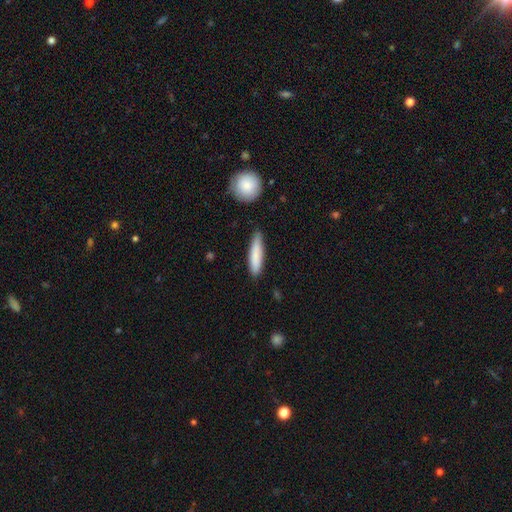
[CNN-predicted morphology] Smooth or featured: smooth — 83% (featured or disk — 11%)
How rounded: cigar-shaped — 79% (in between — 19%)
Merging: none — 79% (minor disturbance — 16%)